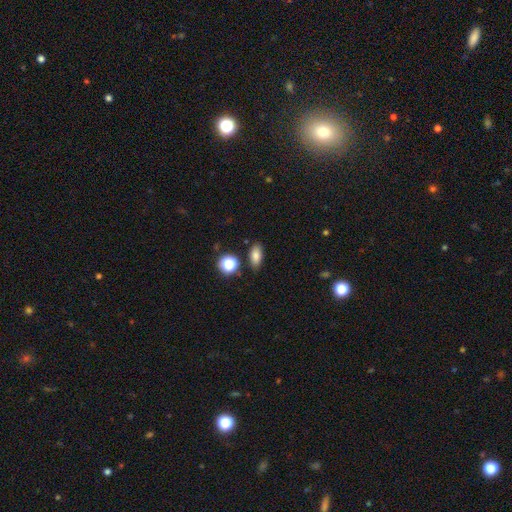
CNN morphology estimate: Smooth or featured: smooth — 80% (star or artifact — 12%)
How rounded: in between — 85% (round — 9%)
Merging: none — 81% (minor disturbance — 12%)